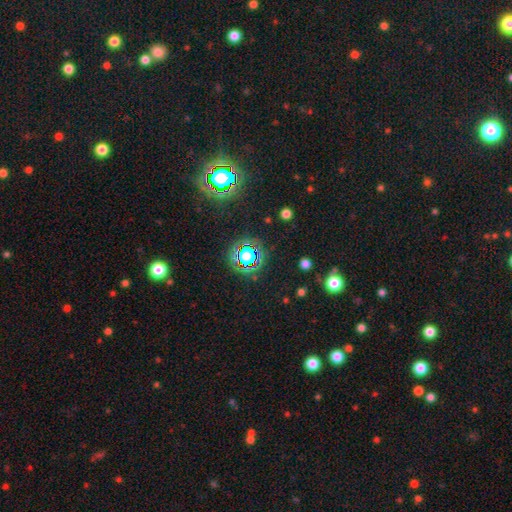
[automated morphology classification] type=star or artifact (79%).